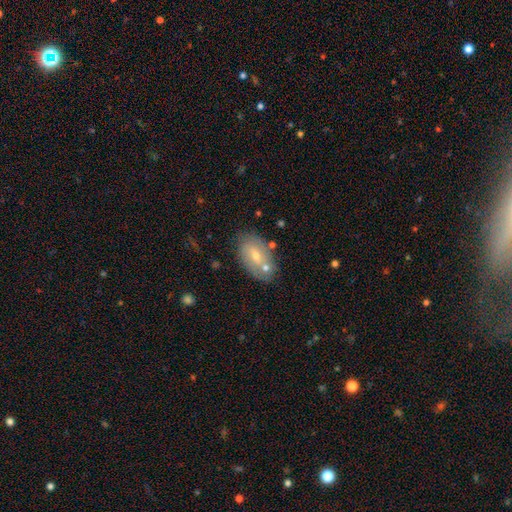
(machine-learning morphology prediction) smooth-or-featured: featured or disk: 46% | smooth: 45% | star or artifact: 9%
  merging: none: 66% | minor disturbance: 17% | merger: 12% | major disturbance: 5%